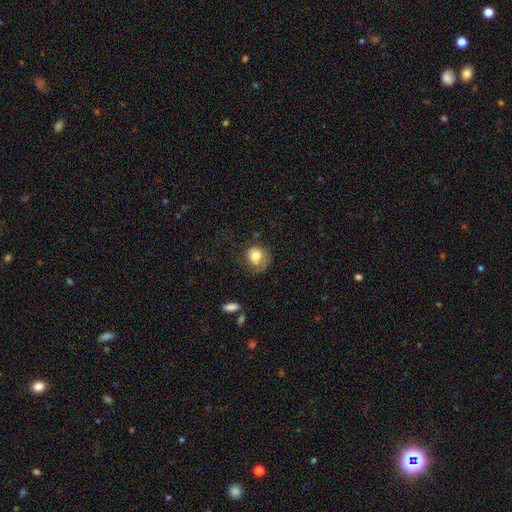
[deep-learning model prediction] This appears to be a smooth galaxy with no disk features (71%) that is round (68%). Merging: none (44%).